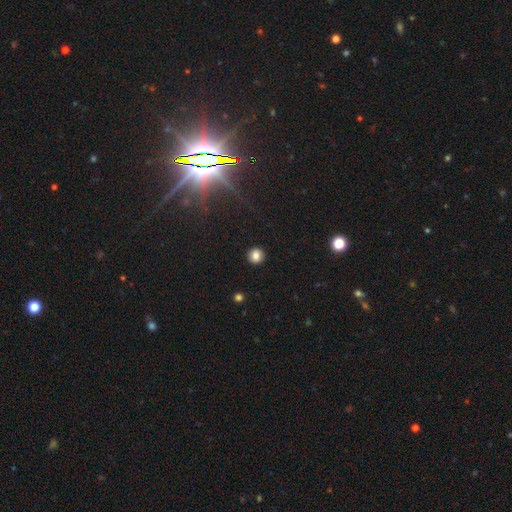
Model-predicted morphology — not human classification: The model was most divided on "smooth or featured": smooth: 82%, star or artifact: 12%, featured or disk: 6%. More confident: how rounded — round (93%); merging — none (92%).